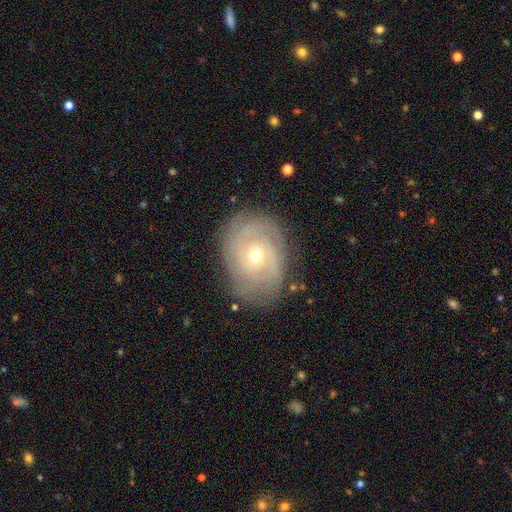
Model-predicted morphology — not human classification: A featured or disk galaxy (83%) with no bar (70%), tight (75%) spiral arms (94%) and a small central bulge (51%).

Vote fractions:
- Smooth or featured? featured or disk: 83% / smooth: 10% / star or artifact: 6%
- Edge-on disk? no: 97% / yes: 3%
- Bar? no: 70% / weak: 25% / strong: 5%
- Spiral arms? yes: 94% / no: 6%
- Spiral winding? tight: 75% / medium: 20% / loose: 5%
- Spiral arm count? can't tell: 34% / 2: 22% / 3: 22% / 4: 11% / more than 4: 6% / 1: 6%
- Bulge size? small: 51% / moderate: 46% / large: 1% / none: 1% / dominant: 1%
- Merging? none: 78% / minor disturbance: 16% / major disturbance: 5% / merger: 1%